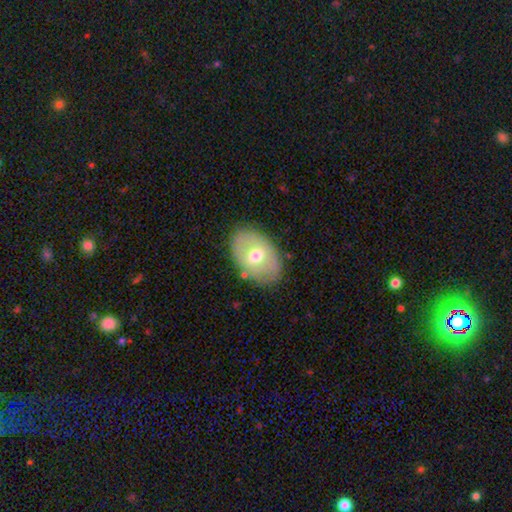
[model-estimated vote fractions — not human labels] Q: Smooth or featured?
A: smooth (57%); runner-up: featured or disk (36%)
Q: How rounded?
A: in between (84%); runner-up: round (15%)
Q: Merging?
A: none (80%); runner-up: minor disturbance (14%)